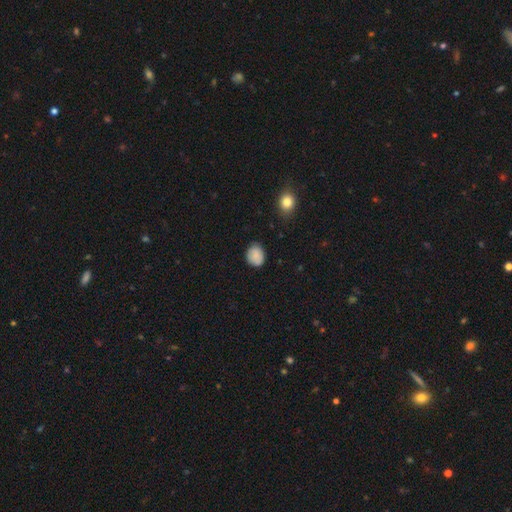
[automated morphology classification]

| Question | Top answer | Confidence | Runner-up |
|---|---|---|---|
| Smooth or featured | smooth | 86% | star or artifact (8%) |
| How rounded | round | 57% | in between (42%) |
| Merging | none | 76% | minor disturbance (20%) |